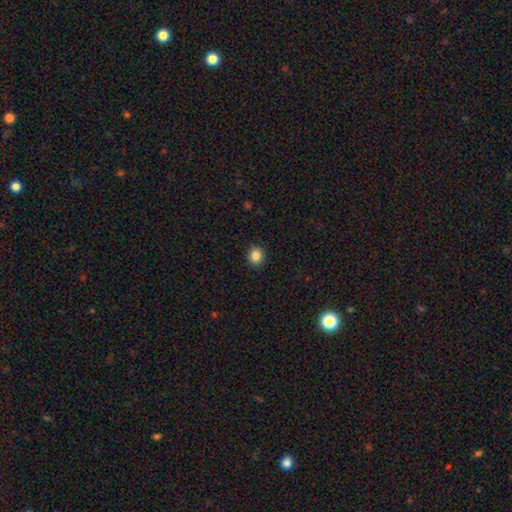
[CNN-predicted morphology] This appears to be a smooth galaxy with no disk features (85%) that is round (80%). Merging: none (91%).